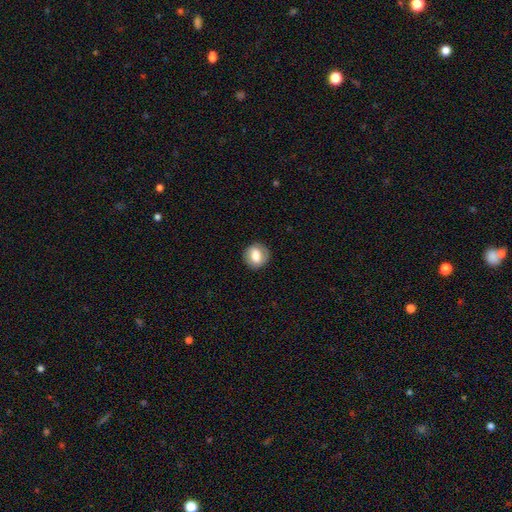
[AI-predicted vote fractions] The model was most divided on "smooth or featured": smooth: 66%, featured or disk: 26%, star or artifact: 8%. More confident: merging — none (85%); how rounded — round (72%).